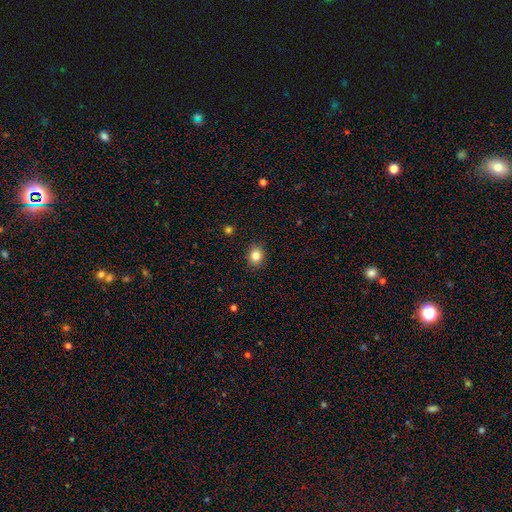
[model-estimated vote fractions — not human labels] smooth 84%, star or artifact 10%, featured or disk 6%. Down the decision tree: how rounded — round (60%); merging — none (89%).